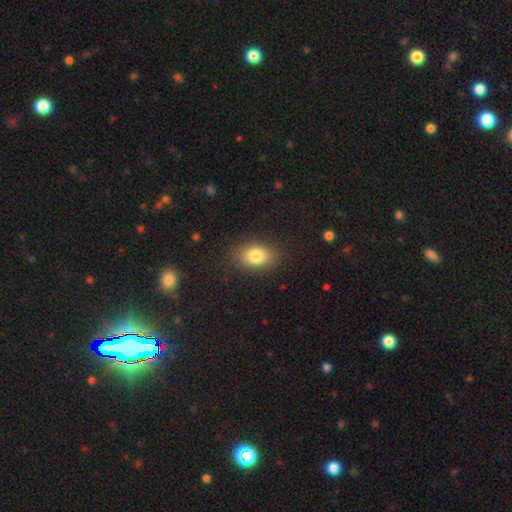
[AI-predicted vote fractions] A smooth galaxy with no disk features (83%) that is in between round and cigar-shaped (81%).

Vote fractions:
- Smooth or featured? smooth: 83% / star or artifact: 9% / featured or disk: 8%
- How rounded? in between: 81% / round: 17% / cigar-shaped: 1%
- Merging? none: 86% / minor disturbance: 10% / major disturbance: 3% / merger: 1%